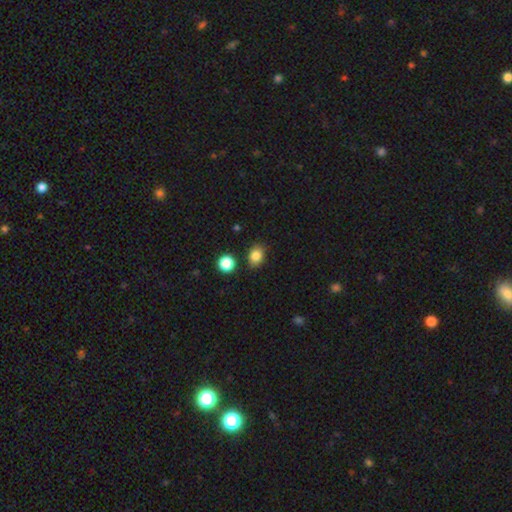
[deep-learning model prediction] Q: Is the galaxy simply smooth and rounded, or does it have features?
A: smooth — 84%.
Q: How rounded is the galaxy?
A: in between — 60%.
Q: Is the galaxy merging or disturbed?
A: none — 82%.